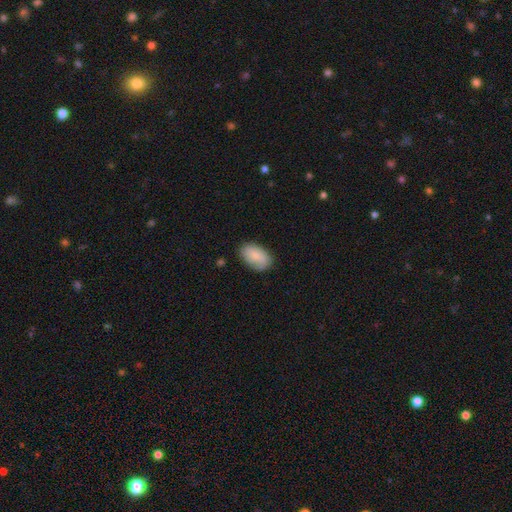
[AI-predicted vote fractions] smooth 78%, featured or disk 15%, star or artifact 7%. Down the decision tree: how rounded — in between (92%); merging — none (76%).